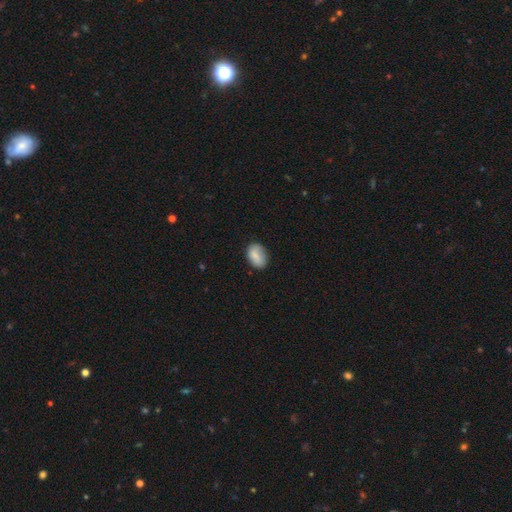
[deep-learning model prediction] smooth-or-featured: smooth: 82% | featured or disk: 11% | star or artifact: 7%
  how-rounded: in between: 83% | round: 16% | cigar-shaped: 2%
  merging: none: 71% | minor disturbance: 23% | major disturbance: 5% | merger: 2%